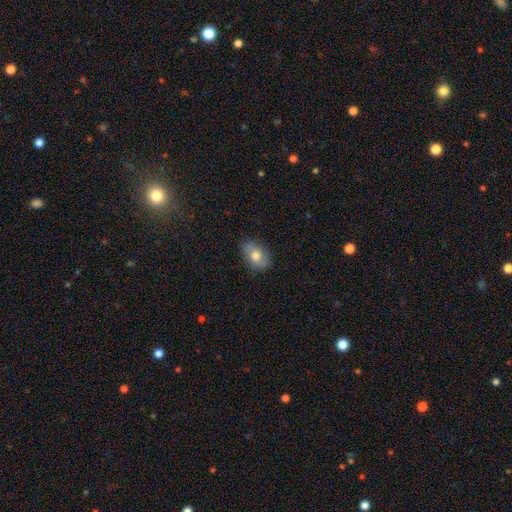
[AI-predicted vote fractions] Smooth or featured? smooth (73%)
How rounded? in between (83%)
Merging? none (82%)